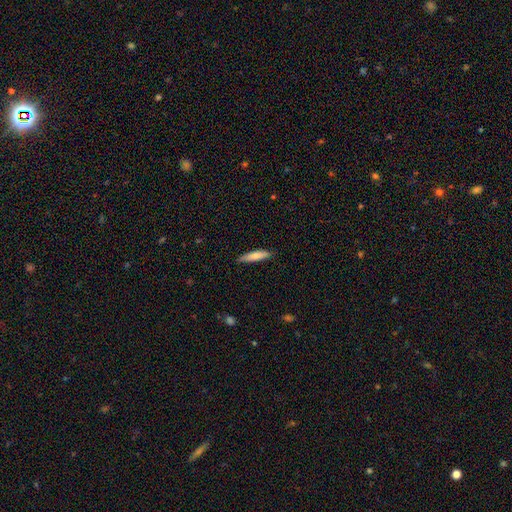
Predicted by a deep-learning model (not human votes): Q: Smooth or featured?
A: smooth (76%); runner-up: featured or disk (18%)
Q: How rounded?
A: cigar-shaped (86%); runner-up: in between (13%)
Q: Merging?
A: none (86%); runner-up: minor disturbance (11%)